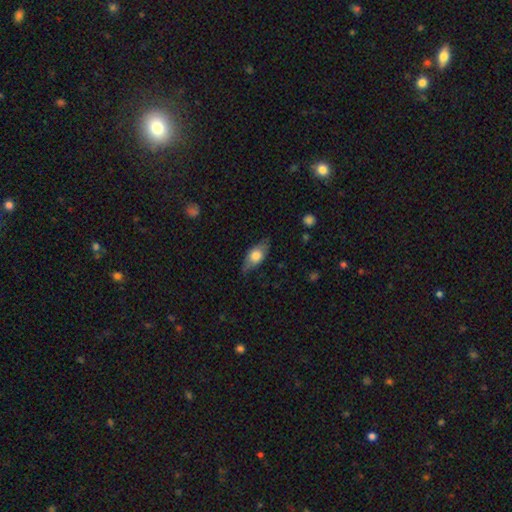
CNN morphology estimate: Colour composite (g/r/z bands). It shows a smooth galaxy with no disk features (64%) that is in between round and cigar-shaped (84%). Merging: none (68%).